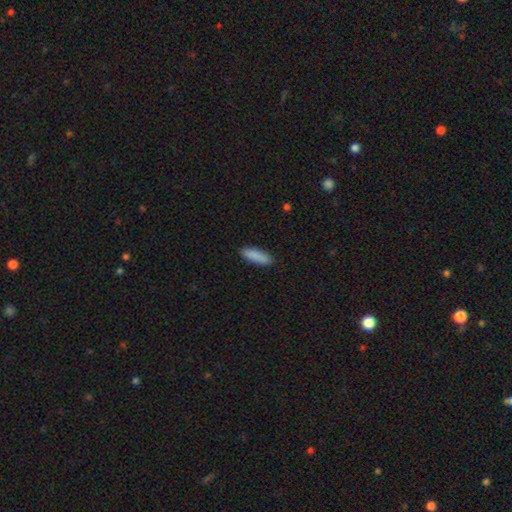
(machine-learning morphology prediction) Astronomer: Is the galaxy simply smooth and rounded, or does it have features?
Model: smooth — 89%.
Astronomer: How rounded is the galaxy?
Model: cigar-shaped — 49%, tied with in between at 49%.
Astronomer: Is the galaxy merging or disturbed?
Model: none — 88%.